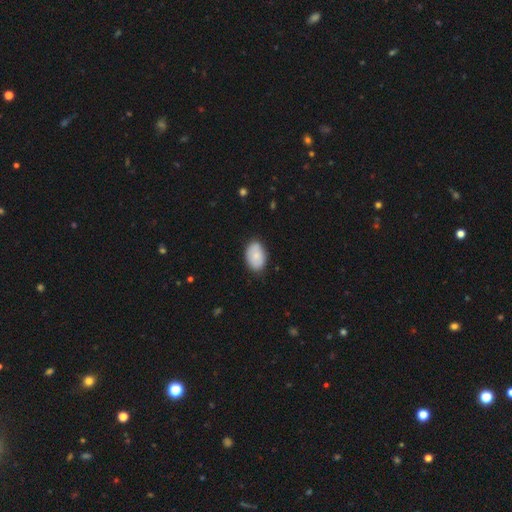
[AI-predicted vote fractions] The model was most divided on "smooth or featured": smooth: 76%, featured or disk: 18%, star or artifact: 7%. More confident: how rounded — in between (87%); merging — none (79%).